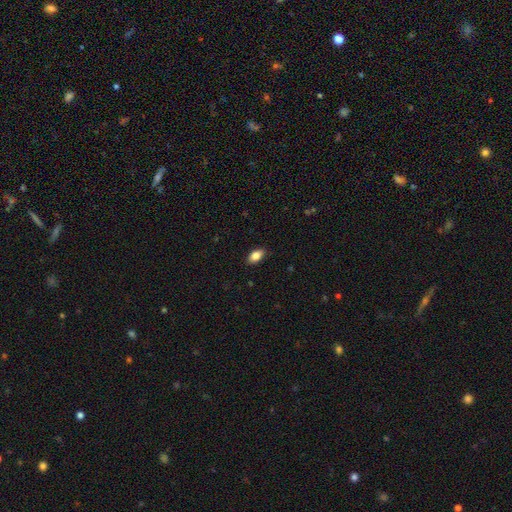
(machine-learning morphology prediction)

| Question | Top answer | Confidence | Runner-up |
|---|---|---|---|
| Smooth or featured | smooth | 85% | star or artifact (8%) |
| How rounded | in between | 91% | round (6%) |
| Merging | none | 87% | minor disturbance (10%) |